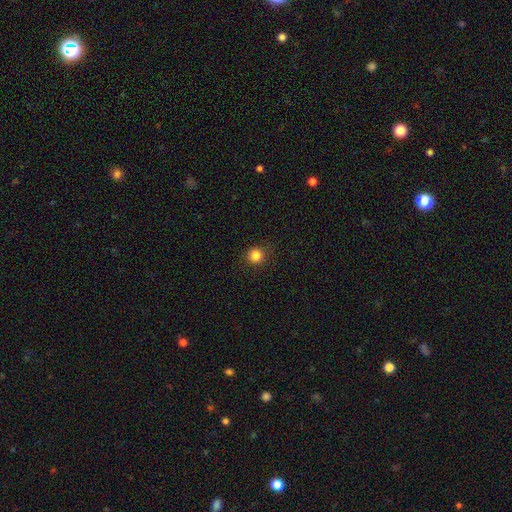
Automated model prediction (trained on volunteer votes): Morphology: type=smooth (83%); roundness=round (93%); merging=none (89%).